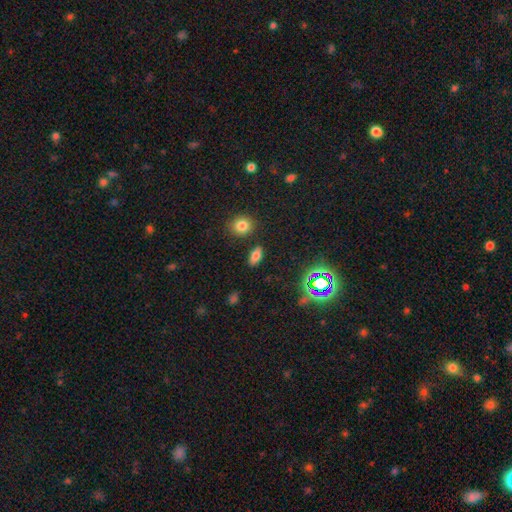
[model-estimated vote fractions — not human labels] Smooth or featured: smooth — 72% (star or artifact — 17%)
How rounded: in between — 84% (round — 8%)
Merging: none — 86% (minor disturbance — 8%)